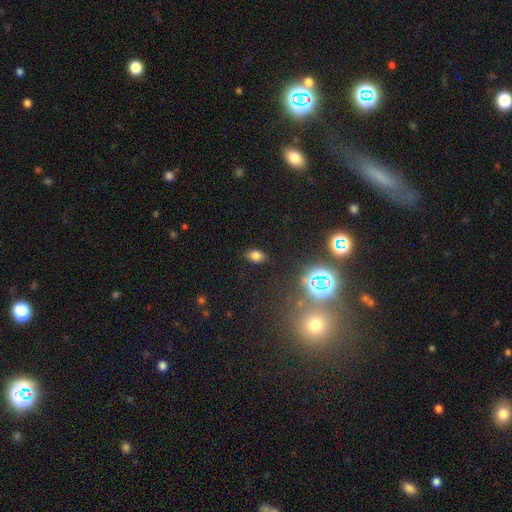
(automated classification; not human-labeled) smooth-or-featured: smooth: 73% | star or artifact: 20% | featured or disk: 7%
  how-rounded: in between: 84% | round: 14% | cigar-shaped: 2%
  merging: none: 85% | minor disturbance: 10% | major disturbance: 3% | merger: 2%